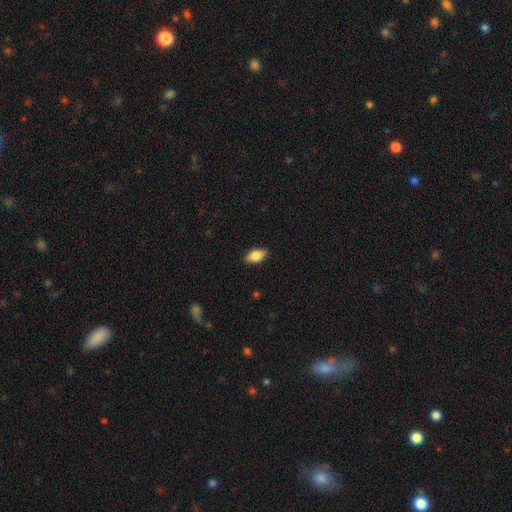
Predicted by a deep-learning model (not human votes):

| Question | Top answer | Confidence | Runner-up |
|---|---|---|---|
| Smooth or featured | smooth | 82% | featured or disk (11%) |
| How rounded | in between | 89% | cigar-shaped (7%) |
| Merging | none | 88% | minor disturbance (9%) |